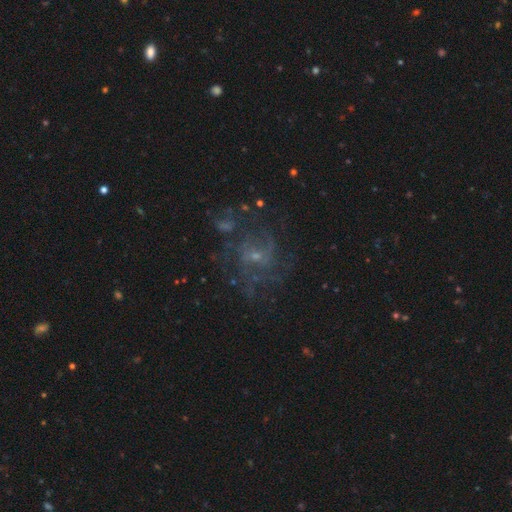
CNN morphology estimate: Smooth or featured: featured or disk — 64% (star or artifact — 22%)
Edge-on disk: no — 97% (yes — 3%)
Bar: no — 51% (weak — 41%)
Spiral arms: yes — 81% (no — 19%)
Spiral winding: medium — 44% (tight — 35%)
Spiral arm count: can't tell — 44% (2 — 24%)
Bulge size: small — 64% (moderate — 23%)
Merging: none — 65% (minor disturbance — 15%)